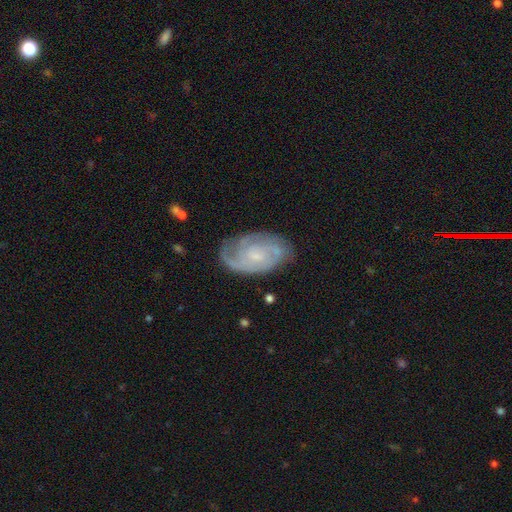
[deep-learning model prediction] featured or disk 82%, smooth 12%, star or artifact 6%. Down the decision tree: edge-on disk — no (97%); bar — no (64%); spiral arms — yes (95%); spiral arm count — 2 (43%); spiral winding — tight (59%); bulge size — small (65%); merging — none (73%).